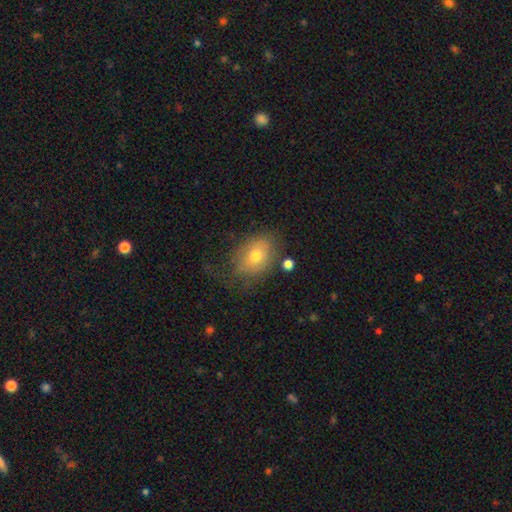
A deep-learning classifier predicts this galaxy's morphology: Q: Smooth or featured?
A: smooth (68%); runner-up: featured or disk (22%)
Q: How rounded?
A: in between (69%); runner-up: round (29%)
Q: Merging?
A: none (57%); runner-up: minor disturbance (25%)